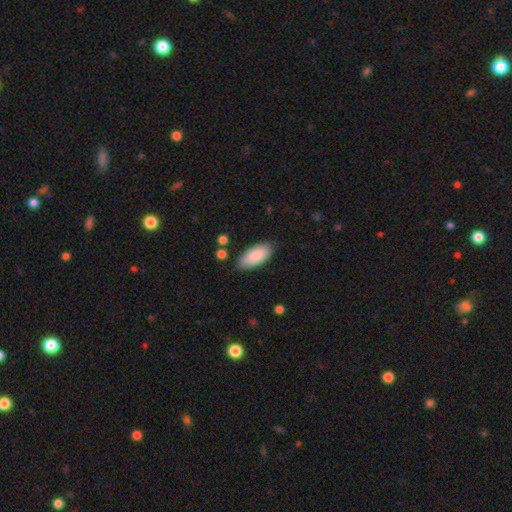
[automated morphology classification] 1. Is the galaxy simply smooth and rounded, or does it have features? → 86% smooth, 8% featured or disk, 6% star or artifact.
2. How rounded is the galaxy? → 90% in between, 8% cigar-shaped, 2% round.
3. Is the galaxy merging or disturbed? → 82% none, 13% minor disturbance, 3% major disturbance, 2% merger.